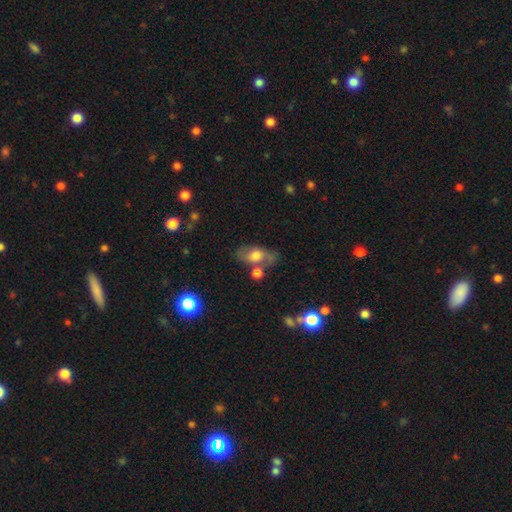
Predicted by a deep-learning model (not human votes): A smooth galaxy with no disk features (60%) that is in between round and cigar-shaped (83%).

Vote fractions:
- Smooth or featured? smooth: 60% / featured or disk: 31% / star or artifact: 9%
- How rounded? in between: 83% / round: 12% / cigar-shaped: 6%
- Merging? none: 56% / minor disturbance: 19% / merger: 17% / major disturbance: 8%